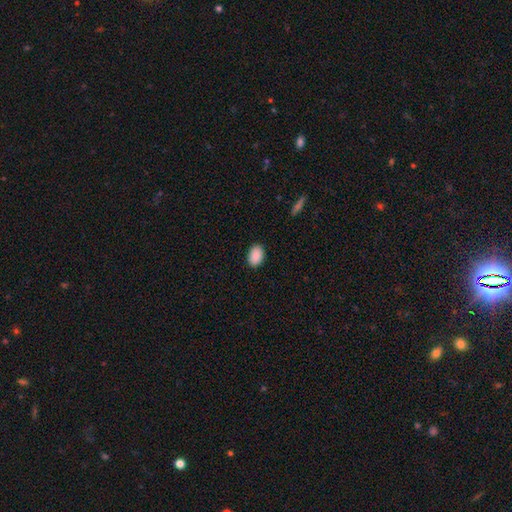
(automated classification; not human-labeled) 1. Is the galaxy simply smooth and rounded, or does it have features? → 90% smooth, 7% star or artifact, 3% featured or disk.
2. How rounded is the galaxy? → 86% in between, 13% round, 1% cigar-shaped.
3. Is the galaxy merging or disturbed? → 89% none, 8% minor disturbance, 2% major disturbance, 1% merger.